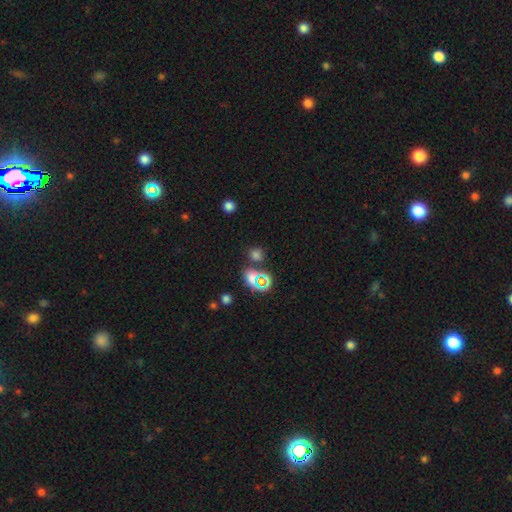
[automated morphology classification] Smooth or featured: smooth — 57% (star or artifact — 37%)
How rounded: round — 80% (in between — 19%)
Merging: none — 75% (merger — 12%)